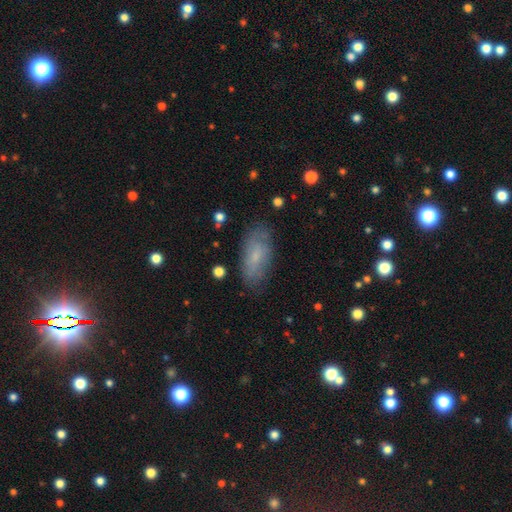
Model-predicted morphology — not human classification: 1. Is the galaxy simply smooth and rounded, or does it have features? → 61% smooth, 30% featured or disk, 9% star or artifact.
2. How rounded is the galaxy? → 87% in between, 10% cigar-shaped, 3% round.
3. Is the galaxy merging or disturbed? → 79% none, 15% minor disturbance, 4% major disturbance, 1% merger.